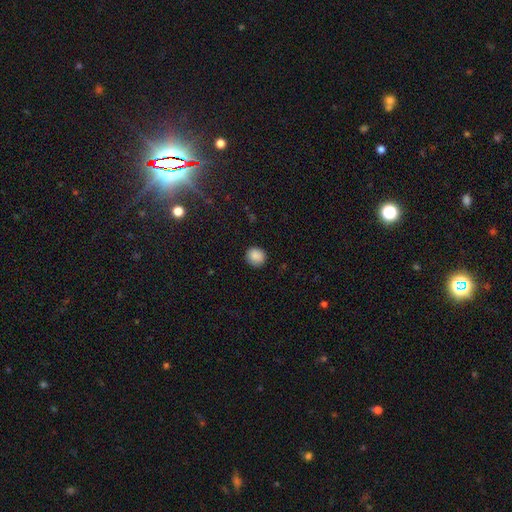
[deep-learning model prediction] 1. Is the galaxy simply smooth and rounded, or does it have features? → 88% smooth, 9% star or artifact, 3% featured or disk.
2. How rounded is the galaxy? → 86% round, 13% in between, 1% cigar-shaped.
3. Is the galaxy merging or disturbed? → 88% none, 8% minor disturbance, 2% major disturbance, 1% merger.